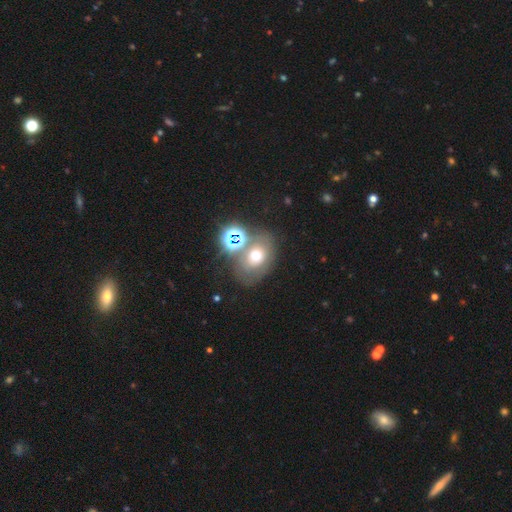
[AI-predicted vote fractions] A smooth galaxy with no disk features (50%) that is in between round and cigar-shaped (56%).

Vote fractions:
- Smooth or featured? smooth: 50% / featured or disk: 25% / star or artifact: 25%
- How rounded? in between: 56% / round: 43% / cigar-shaped: 1%
- Merging? none: 55% / merger: 22% / minor disturbance: 15% / major disturbance: 9%